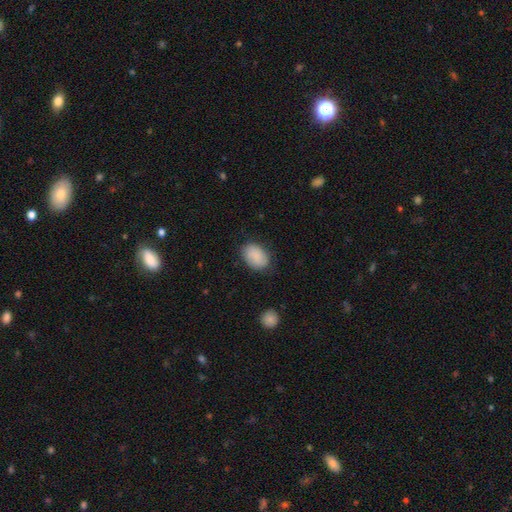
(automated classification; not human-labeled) smooth-or-featured: smooth: 81% | featured or disk: 11% | star or artifact: 7%
  how-rounded: in between: 82% | round: 17% | cigar-shaped: 1%
  merging: none: 77% | minor disturbance: 17% | major disturbance: 4% | merger: 2%